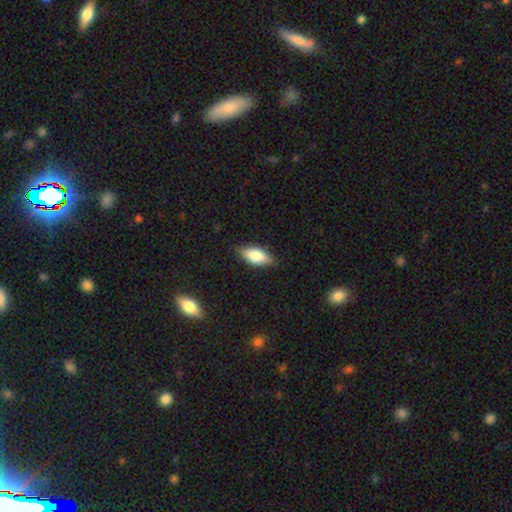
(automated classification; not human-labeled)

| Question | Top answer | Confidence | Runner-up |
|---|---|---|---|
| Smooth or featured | smooth | 75% | featured or disk (18%) |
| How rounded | in between | 83% | cigar-shaped (14%) |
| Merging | none | 82% | minor disturbance (14%) |